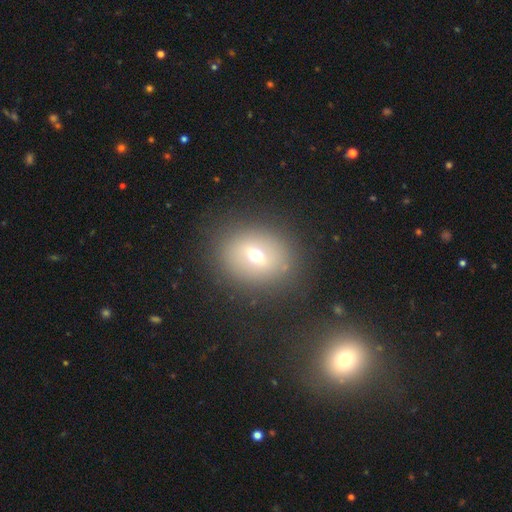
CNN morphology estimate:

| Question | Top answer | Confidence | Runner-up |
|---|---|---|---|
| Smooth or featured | smooth | 58% | featured or disk (26%) |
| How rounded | round | 62% | in between (37%) |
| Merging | none | 82% | minor disturbance (10%) |